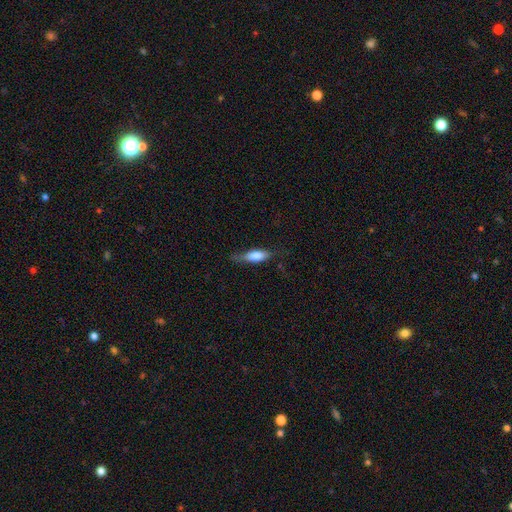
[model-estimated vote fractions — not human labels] Morphology: type=smooth (72%); roundness=in between (57%); merging=none (57%).